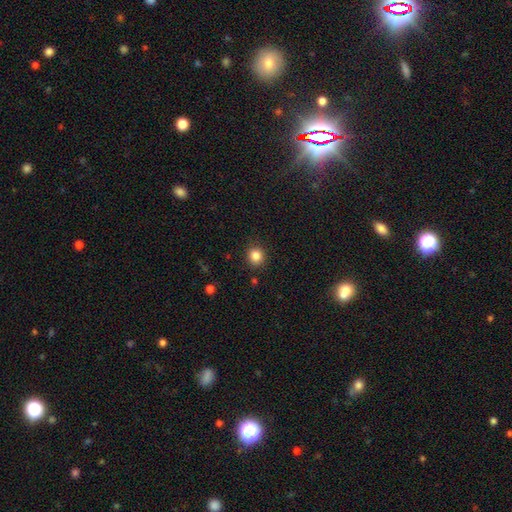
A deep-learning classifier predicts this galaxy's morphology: Q: Smooth or featured?
A: smooth (84%); runner-up: star or artifact (11%)
Q: How rounded?
A: round (88%); runner-up: in between (11%)
Q: Merging?
A: none (90%); runner-up: minor disturbance (7%)